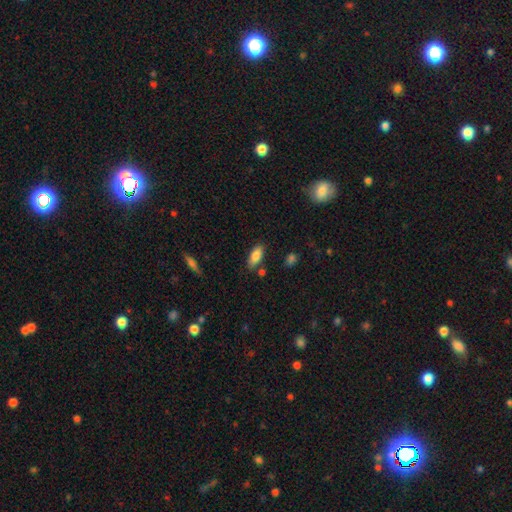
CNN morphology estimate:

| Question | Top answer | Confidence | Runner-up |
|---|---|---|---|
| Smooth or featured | smooth | 81% | featured or disk (12%) |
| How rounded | in between | 82% | cigar-shaped (16%) |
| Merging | none | 79% | minor disturbance (13%) |